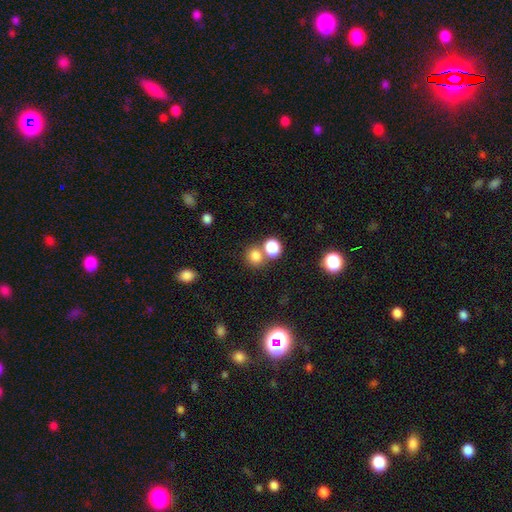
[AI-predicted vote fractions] Smooth or featured: smooth — 78% (star or artifact — 15%)
How rounded: round — 80% (in between — 19%)
Merging: none — 57% (merger — 32%)